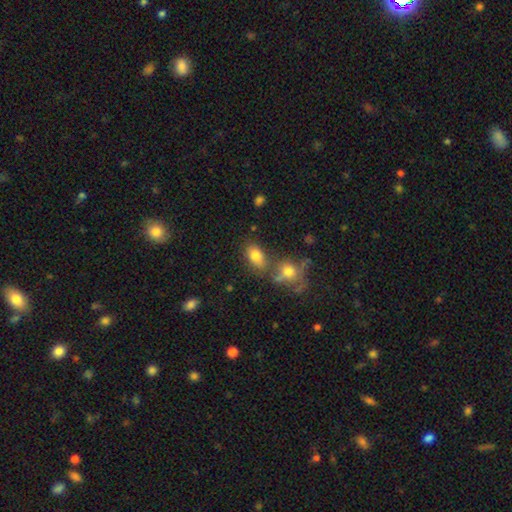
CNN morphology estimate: Overall: smooth (79%). How rounded: in between (84%). Merging: none (58%; merger 23%).